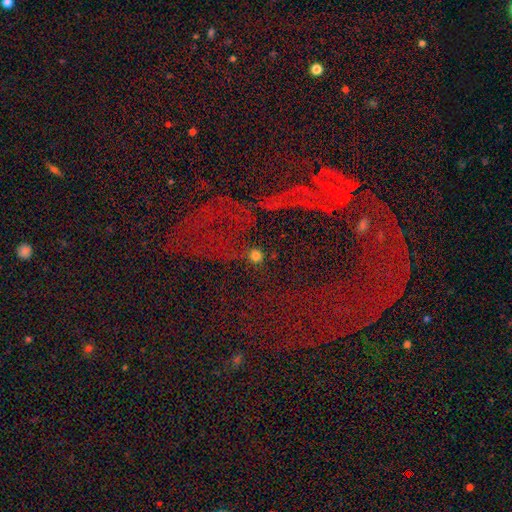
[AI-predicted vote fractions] Overall: smooth (65%; star or artifact 27%). How rounded: round (90%). Merging: none (78%).